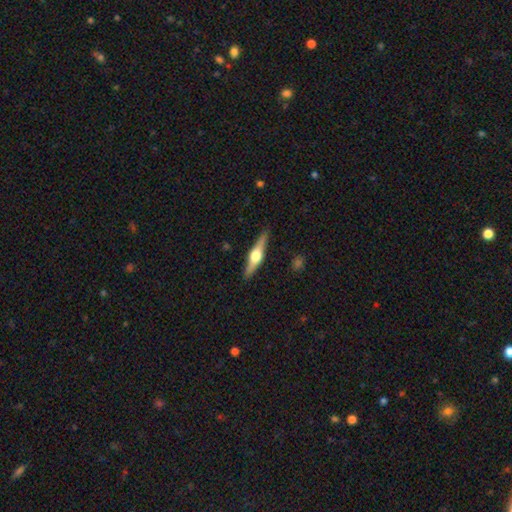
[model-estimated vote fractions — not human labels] Overall: featured or disk (68%). Edge-on disk: yes (97%). Edge-on bulge: rounded (95%). Merging: none (89%).